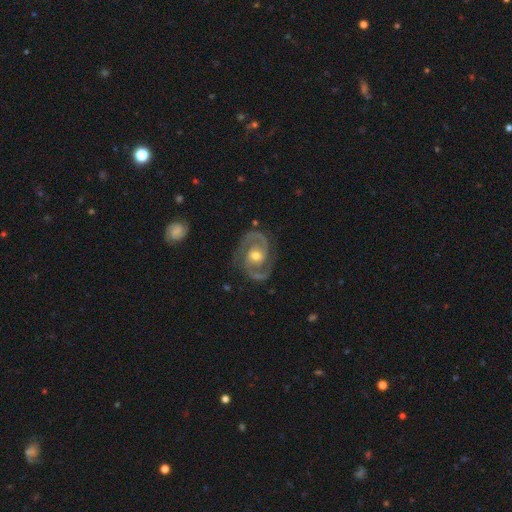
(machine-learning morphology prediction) A featured or disk galaxy (92%) with no bar (56%), 2 (93%) medium (58%) spiral arms (98%) and a moderate central bulge (72%). Merging: none (80%).